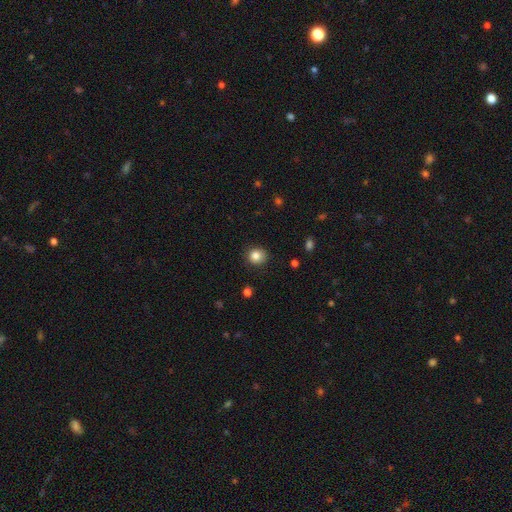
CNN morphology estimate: smooth_or_featured: smooth (p=0.84) [alt: star or artifact p=0.11]
how_rounded: round (p=0.85) [alt: in between p=0.14]
merging: none (p=0.88) [alt: minor disturbance p=0.09]